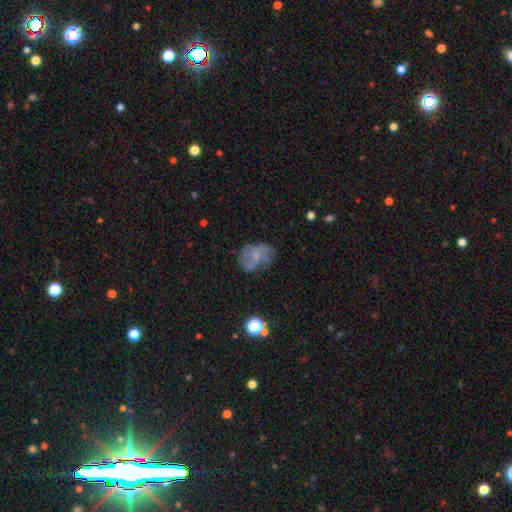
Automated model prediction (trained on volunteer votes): smooth-or-featured: featured or disk: 60% | smooth: 28% | star or artifact: 13%
  disk-edge-on: no: 97% | yes: 3%
    bar: no: 54% | weak: 37% | strong: 9%
    has-spiral-arms: yes: 71% | no: 29%
    bulge-size: small: 50% | none: 34% | moderate: 14% | large: 1% | dominant: 1%
  merging: none: 54% | minor disturbance: 24% | major disturbance: 19% | merger: 3%